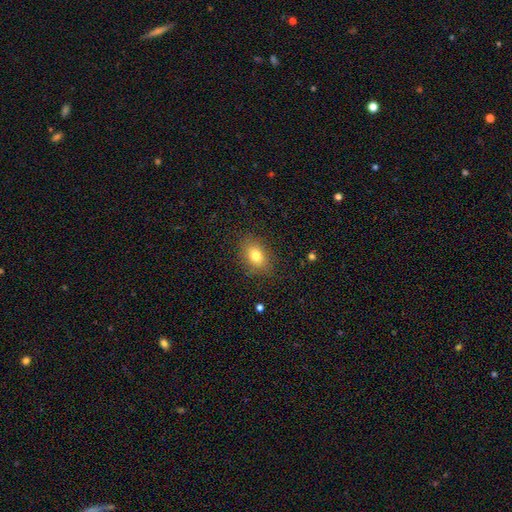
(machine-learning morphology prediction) Smooth or featured? Predicted: smooth (p=0.79). How rounded? Predicted: in between (p=0.80). Merging? Predicted: none (p=0.83).